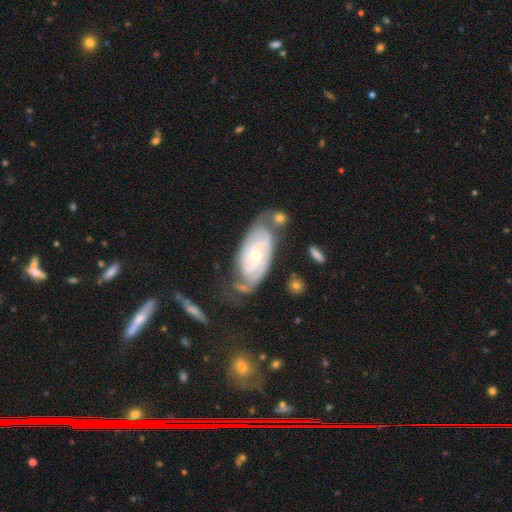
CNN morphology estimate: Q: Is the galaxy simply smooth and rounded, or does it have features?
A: featured or disk — 83%.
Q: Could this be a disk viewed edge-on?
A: no — 94%.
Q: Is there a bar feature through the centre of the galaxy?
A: no — 64%.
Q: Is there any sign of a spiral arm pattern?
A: yes — 93%.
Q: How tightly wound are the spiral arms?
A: tight — 69%.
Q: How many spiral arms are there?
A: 2 — 43%.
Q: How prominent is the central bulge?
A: small — 58%.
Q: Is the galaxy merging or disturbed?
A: none — 52%.